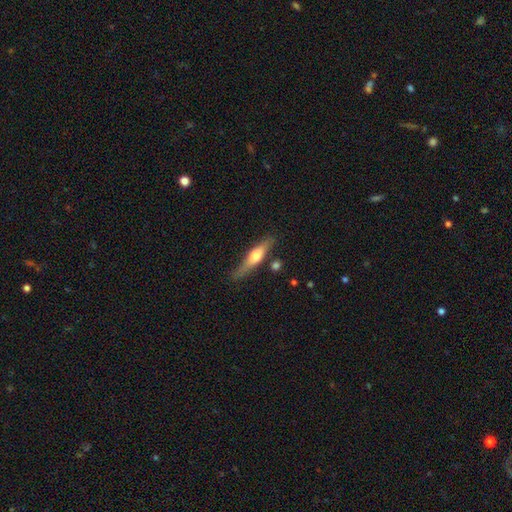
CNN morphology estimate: This appears to be a featured or disk galaxy (52%) viewed edge-on (92%). Merging: none (73%).